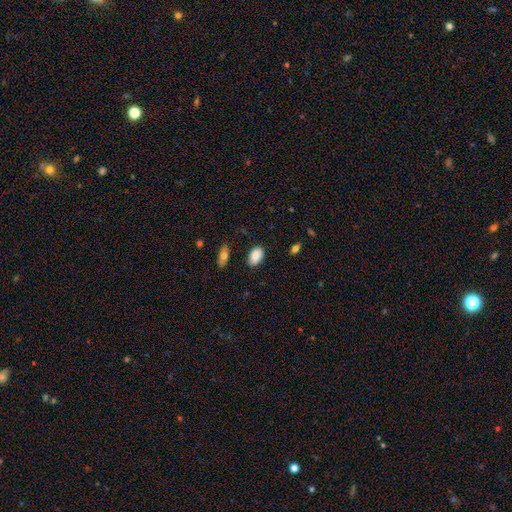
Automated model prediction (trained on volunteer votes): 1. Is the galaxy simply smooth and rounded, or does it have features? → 85% smooth, 8% featured or disk, 7% star or artifact.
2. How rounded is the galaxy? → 92% in between, 7% round, 1% cigar-shaped.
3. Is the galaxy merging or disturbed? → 81% none, 14% minor disturbance, 3% major disturbance, 2% merger.